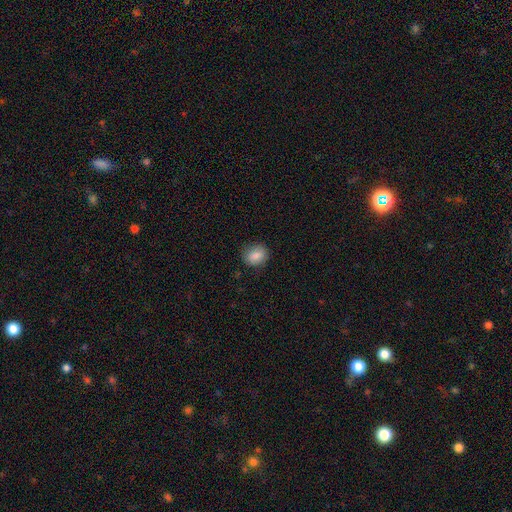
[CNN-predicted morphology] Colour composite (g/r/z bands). It shows a smooth galaxy with no disk features (86%) that is round (55%). Merging: none (82%).